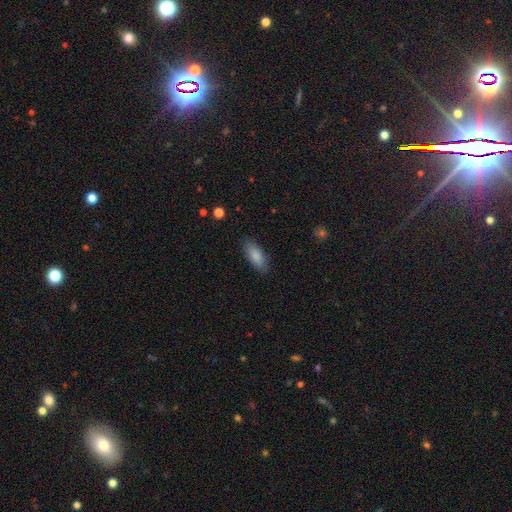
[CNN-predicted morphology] smooth 86%, featured or disk 7%, star or artifact 6%. Down the decision tree: how rounded — in between (85%); merging — none (85%).